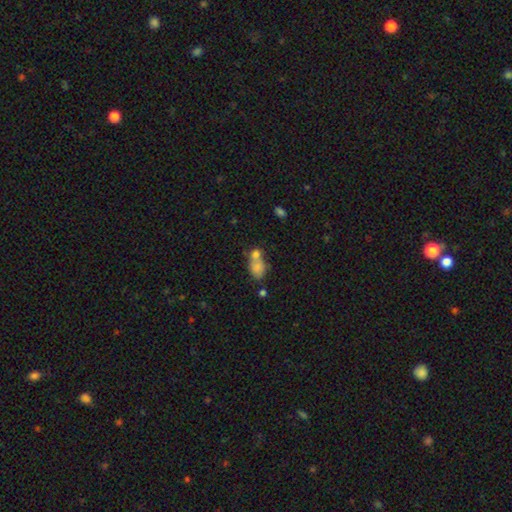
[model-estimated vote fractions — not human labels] Smooth or featured? smooth (77%)
How rounded? in between (70%)
Merging? merger (55%)